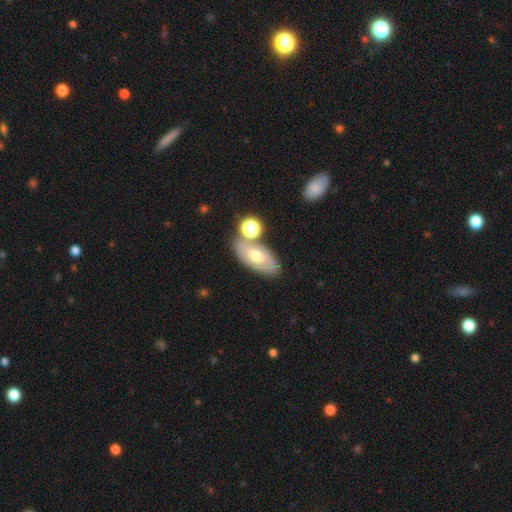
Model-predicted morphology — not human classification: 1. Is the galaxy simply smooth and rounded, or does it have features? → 46% smooth, 44% featured or disk, 9% star or artifact.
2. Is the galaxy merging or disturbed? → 66% none, 15% merger, 14% minor disturbance, 5% major disturbance.